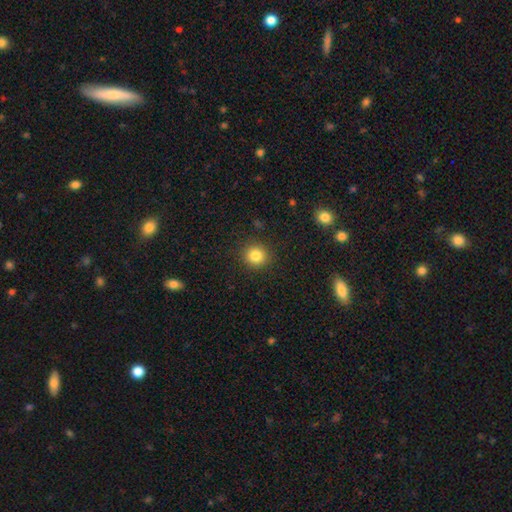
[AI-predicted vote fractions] smooth-or-featured: smooth: 83% | star or artifact: 11% | featured or disk: 6%
  how-rounded: round: 89% | in between: 10% | cigar-shaped: 1%
  merging: none: 90% | minor disturbance: 6% | major disturbance: 2% | merger: 1%